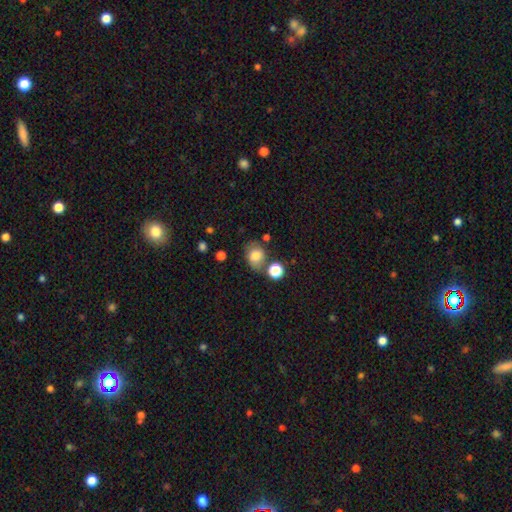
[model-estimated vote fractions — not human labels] Smooth or featured?
  - smooth: 77% *
  - featured or disk: 12%
  - star or artifact: 11%
How rounded?
  - in between: 50% *
  - round: 49%
  - cigar-shaped: 1%
Merging?
  - none: 62% *
  - minor disturbance: 19%
  - merger: 13%
  - major disturbance: 7%